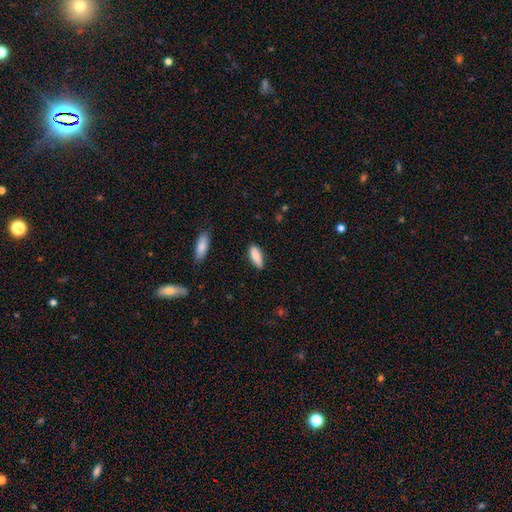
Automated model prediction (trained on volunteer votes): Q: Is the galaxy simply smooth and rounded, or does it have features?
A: smooth — 86%.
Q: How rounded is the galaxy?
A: in between — 64%.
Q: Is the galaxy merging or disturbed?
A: none — 79%.